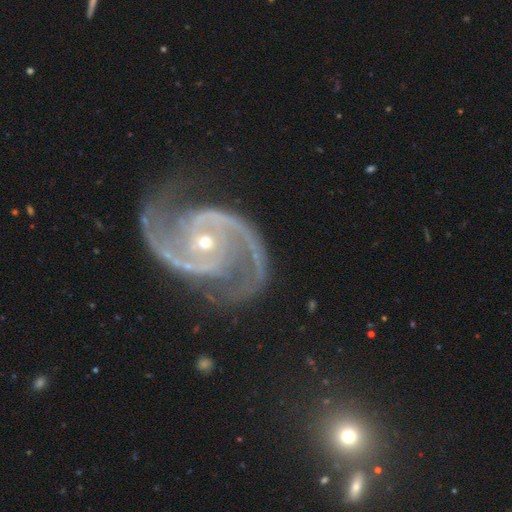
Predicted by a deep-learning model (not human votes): This is clearly a featured or disk galaxy (93%). It is clearly not viewed edge-on (98%). Bar: possibly no (60%). Spiral arm pattern: clearly yes (99%). Spiral arm count: clearly 2 (91%). Spiral winding: possibly medium (59%). Central bulge: likely small (60%). Merging: likely none (73%).